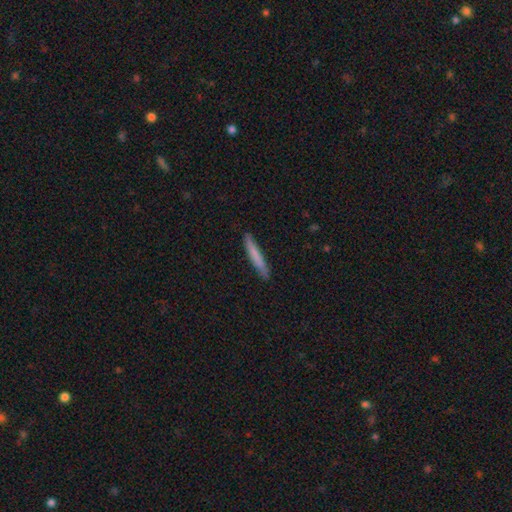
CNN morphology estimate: This appears to be a smooth galaxy with no disk features (74%) that is cigar-shaped (96%). Merging: none (89%).